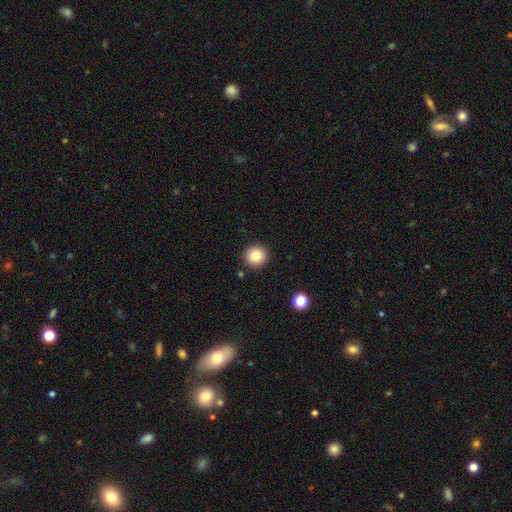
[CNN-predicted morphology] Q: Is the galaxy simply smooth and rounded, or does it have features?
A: smooth — 83%.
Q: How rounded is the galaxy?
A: round — 93%.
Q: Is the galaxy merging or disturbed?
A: none — 90%.